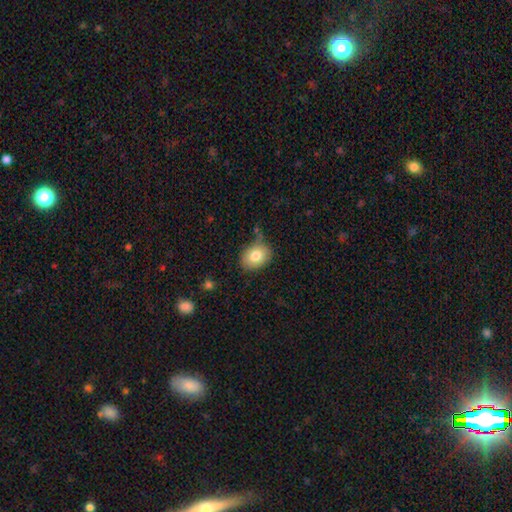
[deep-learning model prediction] Q: Smooth or featured?
A: smooth (80%); runner-up: featured or disk (11%)
Q: How rounded?
A: in between (54%); runner-up: round (46%)
Q: Merging?
A: none (71%); runner-up: minor disturbance (21%)